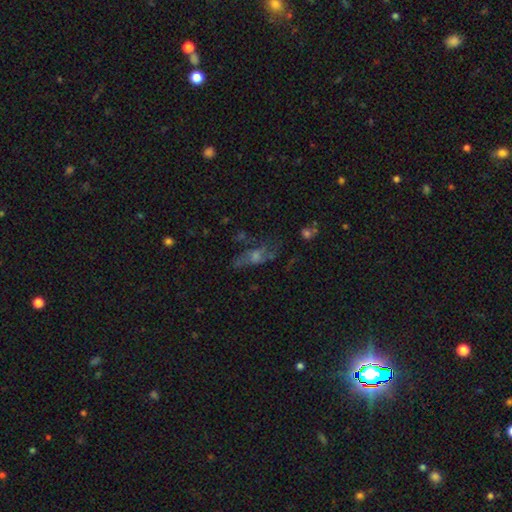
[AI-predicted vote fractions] Overall: featured or disk (45%; smooth 28%). Merging: none (57%; minor disturbance 19%).